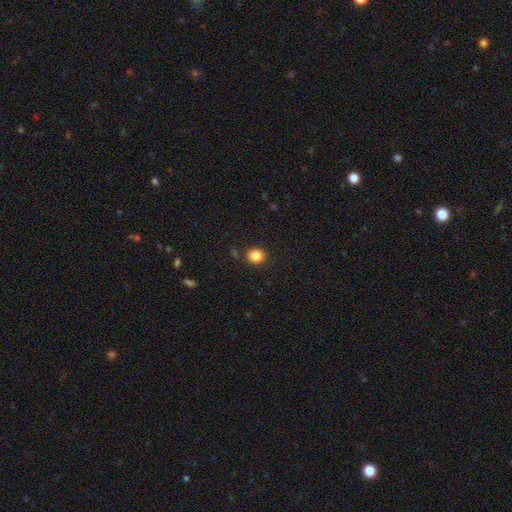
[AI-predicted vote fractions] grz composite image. It shows a smooth galaxy with no disk features (84%) that is round (82%). Merging: none (87%).